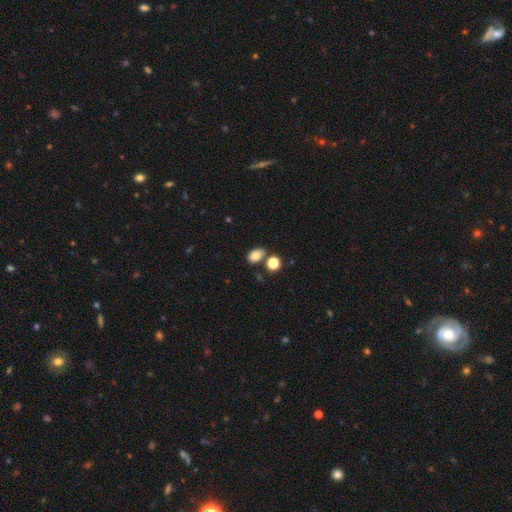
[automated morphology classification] Overall: smooth (81%). How rounded: in between (79%). Merging: none (70%).